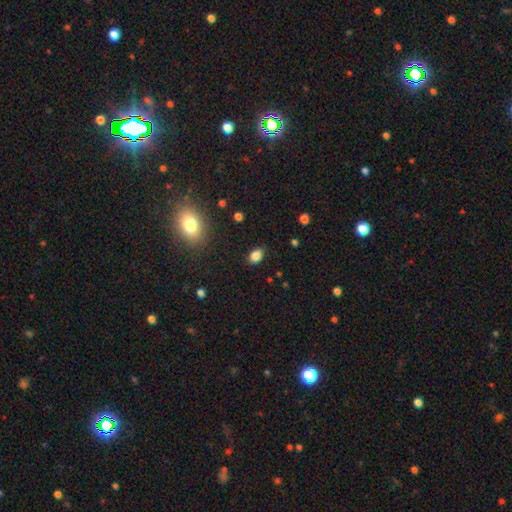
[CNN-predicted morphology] The model was most divided on "how rounded": in between: 79%, round: 20%, cigar-shaped: 1%. More confident: merging — none (85%); smooth or featured — smooth (84%).